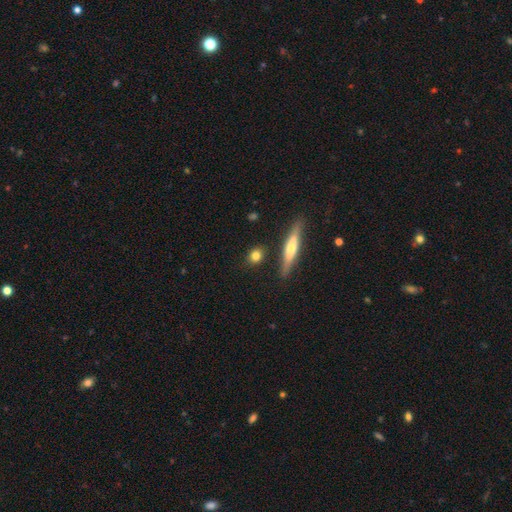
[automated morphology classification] A smooth galaxy with no disk features (77%) that is round (62%).

Vote fractions:
- Smooth or featured? smooth: 77% / featured or disk: 15% / star or artifact: 8%
- How rounded? round: 62% / in between: 25% / cigar-shaped: 13%
- Merging? none: 84% / minor disturbance: 10% / merger: 4% / major disturbance: 3%